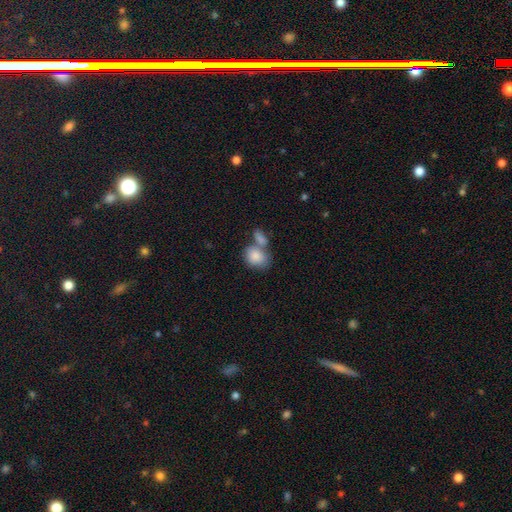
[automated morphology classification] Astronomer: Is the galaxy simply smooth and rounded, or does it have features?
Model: smooth — 84%.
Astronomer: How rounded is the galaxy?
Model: in between — 62%.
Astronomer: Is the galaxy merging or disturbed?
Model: merger — 50% (runner-up: none, 34%).